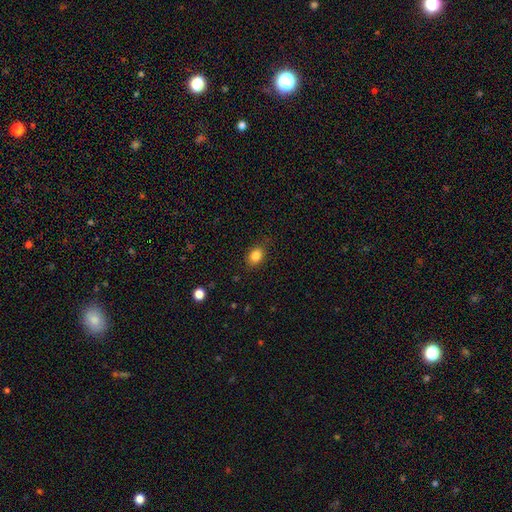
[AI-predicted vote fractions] smooth-or-featured: smooth: 85% | star or artifact: 10% | featured or disk: 5%
  how-rounded: in between: 67% | round: 32% | cigar-shaped: 1%
  merging: none: 84% | minor disturbance: 12% | major disturbance: 3% | merger: 1%